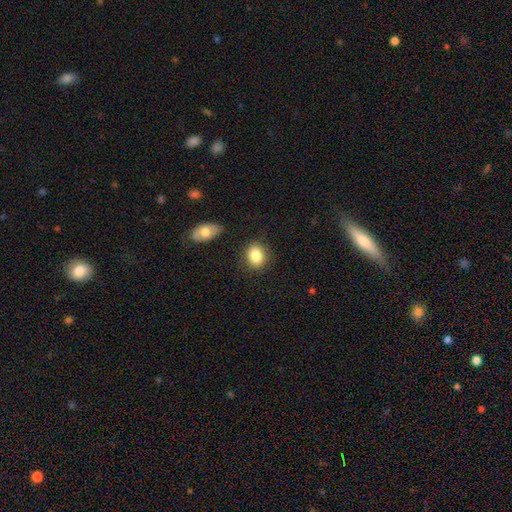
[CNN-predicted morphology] Smooth or featured?
  - smooth: 84% *
  - star or artifact: 8%
  - featured or disk: 8%
How rounded?
  - in between: 50% *
  - round: 49%
  - cigar-shaped: 1%
Merging?
  - none: 83% *
  - minor disturbance: 11%
  - merger: 4%
  - major disturbance: 3%